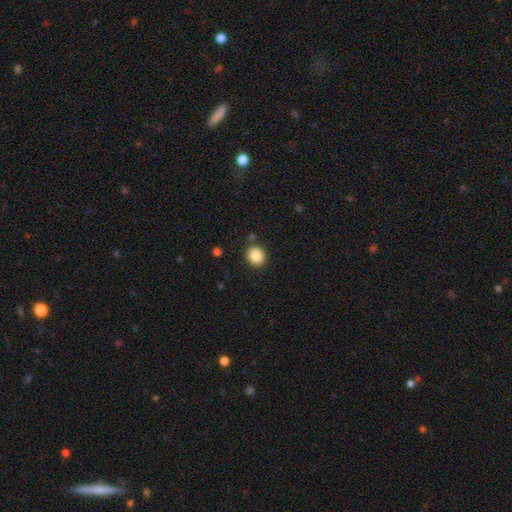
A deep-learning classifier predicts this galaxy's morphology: Smooth or featured: smooth — 86% (star or artifact — 9%)
How rounded: round — 74% (in between — 25%)
Merging: none — 85% (minor disturbance — 9%)